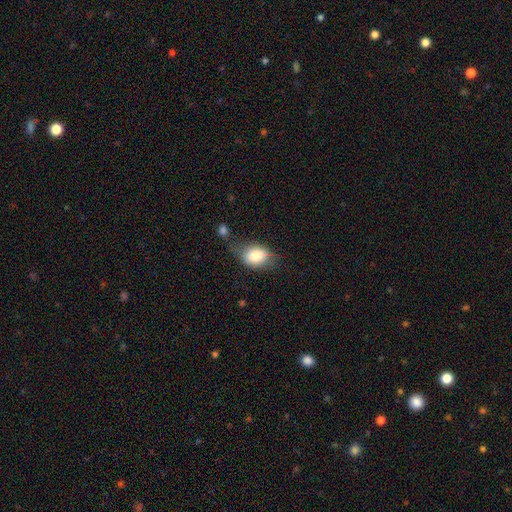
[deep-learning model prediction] smooth-or-featured: smooth: 80% | featured or disk: 12% | star or artifact: 8%
  how-rounded: in between: 79% | round: 19% | cigar-shaped: 2%
  merging: none: 43% | minor disturbance: 32% | major disturbance: 16% | merger: 9%